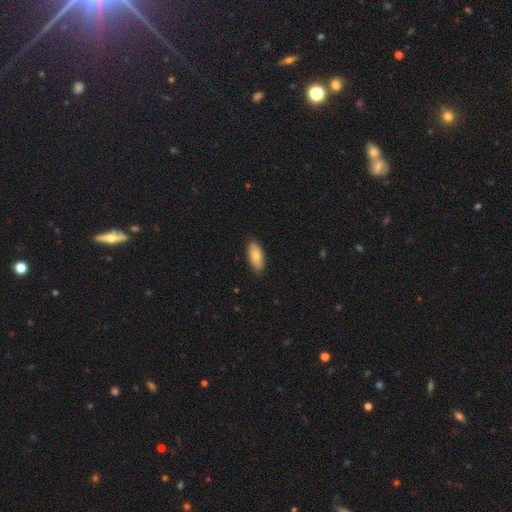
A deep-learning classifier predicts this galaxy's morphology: Smooth or featured? smooth (82%)
How rounded? in between (88%)
Merging? none (86%)